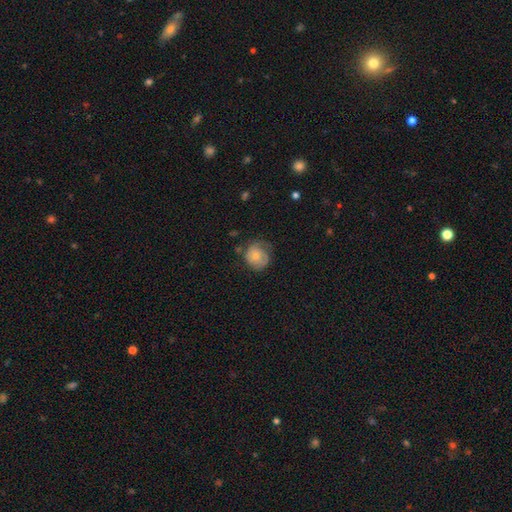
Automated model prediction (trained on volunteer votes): Smooth or featured? smooth (55%)
How rounded? round (80%)
Merging? none (53%)